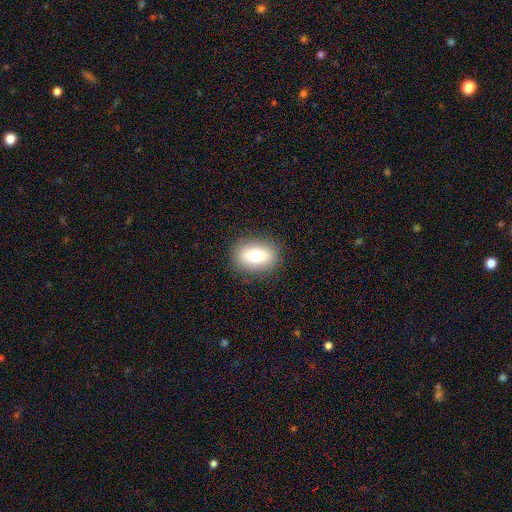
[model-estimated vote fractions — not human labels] Q: Smooth or featured?
A: smooth (71%); runner-up: featured or disk (20%)
Q: How rounded?
A: in between (72%); runner-up: round (26%)
Q: Merging?
A: none (87%); runner-up: minor disturbance (9%)